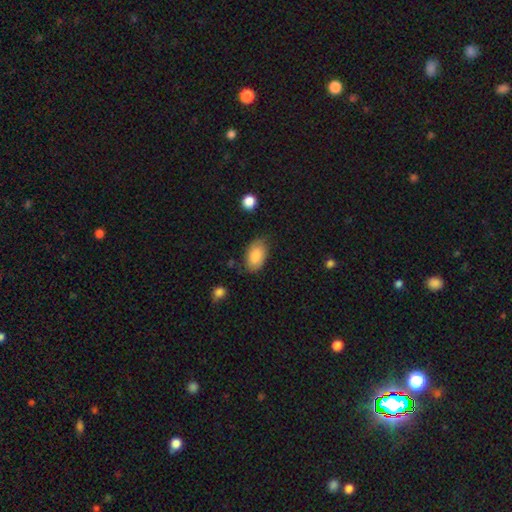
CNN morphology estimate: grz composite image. It shows a smooth galaxy with no disk features (83%) that is in between round and cigar-shaped (92%). Merging: none (75%).